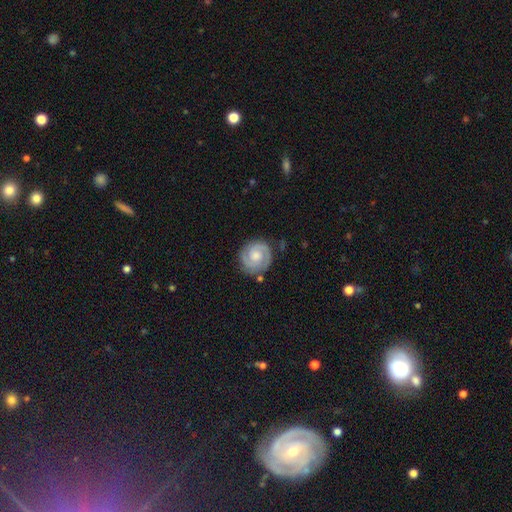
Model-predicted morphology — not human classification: A featured or disk galaxy (84%) with no bar (64%), 2 (86%) tight (68%) spiral arms (97%) and a moderate central bulge (51%). Merging: none (82%).